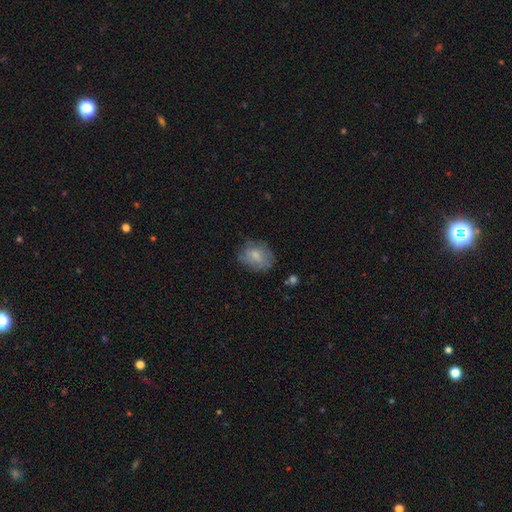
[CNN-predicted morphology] Smooth or featured? Predicted: smooth (p=0.64). How rounded? Predicted: in between (p=0.53). Merging? Predicted: none (p=0.66).